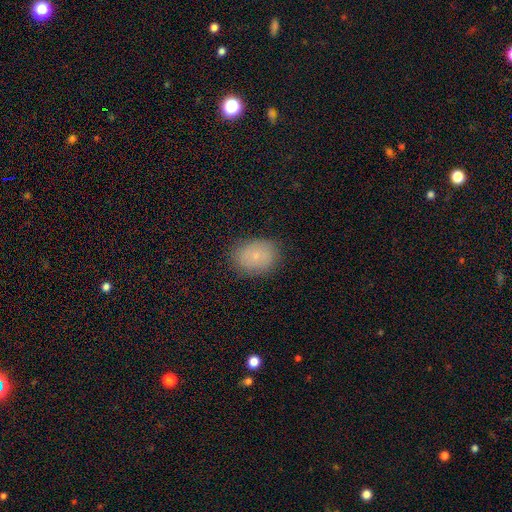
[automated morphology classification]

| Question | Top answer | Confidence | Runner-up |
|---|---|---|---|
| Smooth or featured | smooth | 77% | featured or disk (13%) |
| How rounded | in between | 60% | round (39%) |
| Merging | none | 84% | minor disturbance (12%) |